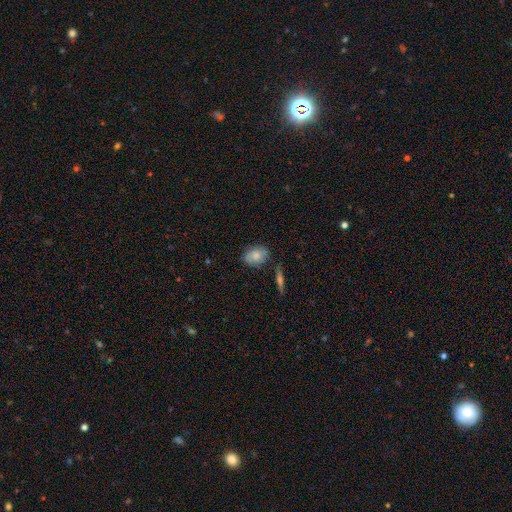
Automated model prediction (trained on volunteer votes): A smooth galaxy with no disk features (66%) that is in between round and cigar-shaped (69%).

Vote fractions:
- Smooth or featured? smooth: 66% / featured or disk: 27% / star or artifact: 8%
- How rounded? in between: 69% / round: 29% / cigar-shaped: 2%
- Merging? none: 73% / minor disturbance: 19% / major disturbance: 4% / merger: 4%